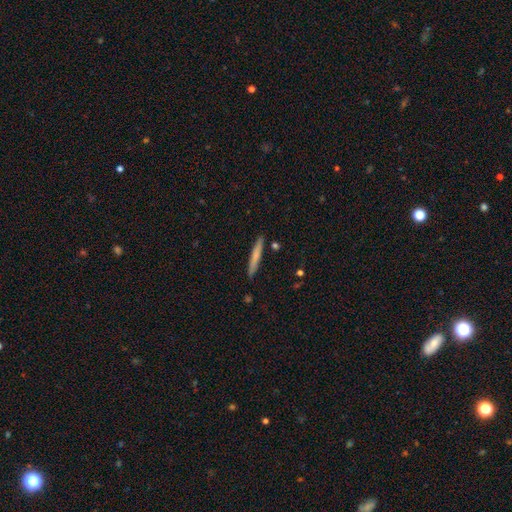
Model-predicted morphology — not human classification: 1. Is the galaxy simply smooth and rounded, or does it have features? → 66% smooth, 28% featured or disk, 6% star or artifact.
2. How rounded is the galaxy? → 96% cigar-shaped, 3% in between, 1% round.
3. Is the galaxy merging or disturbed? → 90% none, 7% minor disturbance, 2% merger, 1% major disturbance.